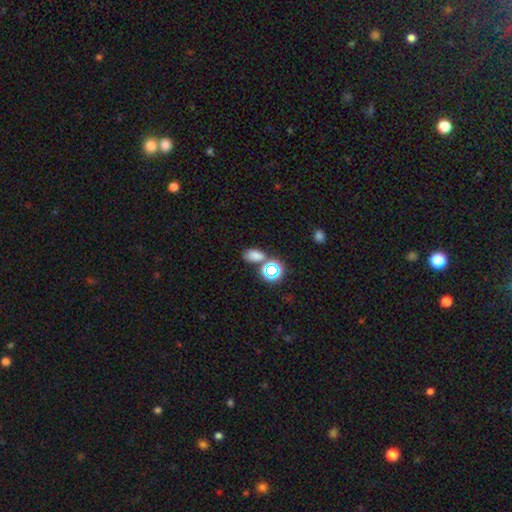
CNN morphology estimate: smooth_or_featured: smooth (p=0.69) [alt: star or artifact p=0.24]
how_rounded: in between (p=0.81) [alt: round p=0.17]
merging: none (p=0.64) [alt: merger p=0.18]